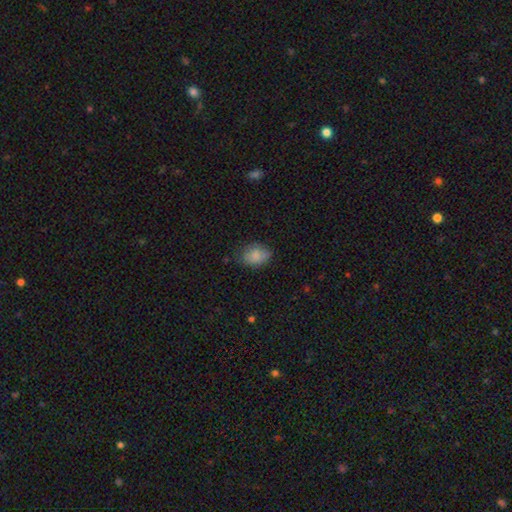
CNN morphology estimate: Smooth or featured? smooth (84%)
How rounded? in between (72%)
Merging? none (67%)